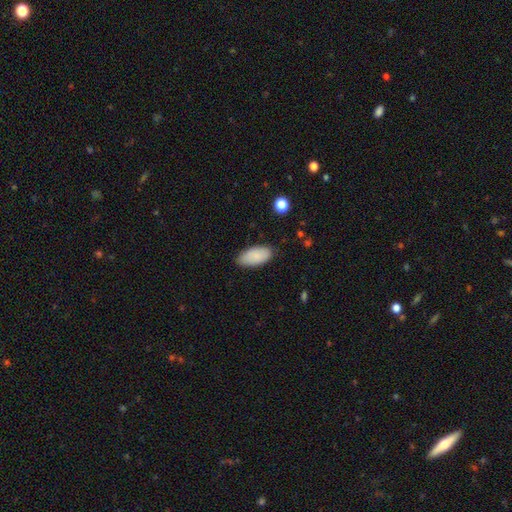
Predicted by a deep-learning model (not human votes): smooth-or-featured: smooth: 88% | star or artifact: 6% | featured or disk: 6%
  how-rounded: in between: 94% | cigar-shaped: 5% | round: 2%
  merging: none: 84% | minor disturbance: 13% | major disturbance: 2% | merger: 1%